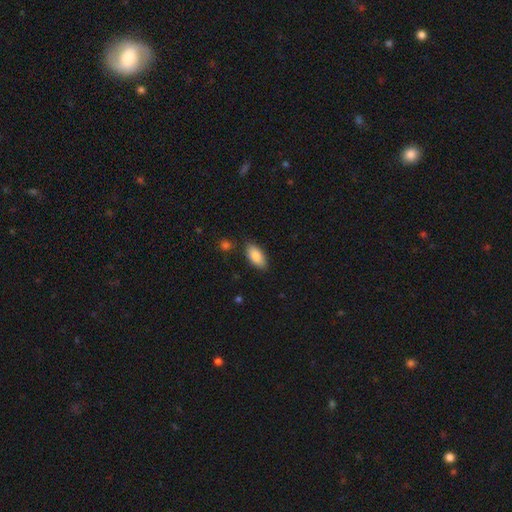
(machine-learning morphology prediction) type=smooth (86%); roundness=in between (91%); merging=none (82%).